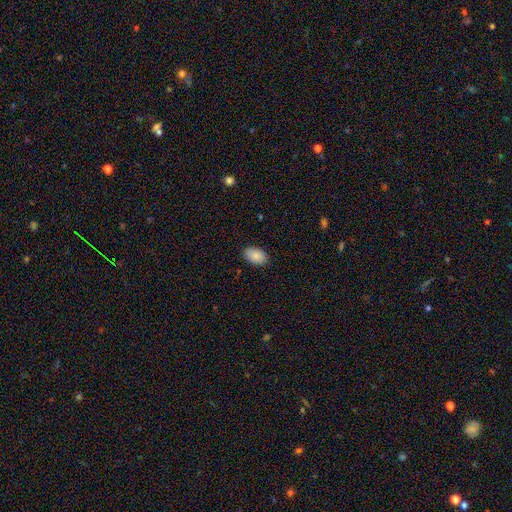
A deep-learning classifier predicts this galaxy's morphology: smooth_or_featured: smooth (p=0.89) [alt: star or artifact p=0.07]
how_rounded: in between (p=0.93) [alt: round p=0.06]
merging: none (p=0.87) [alt: minor disturbance p=0.10]